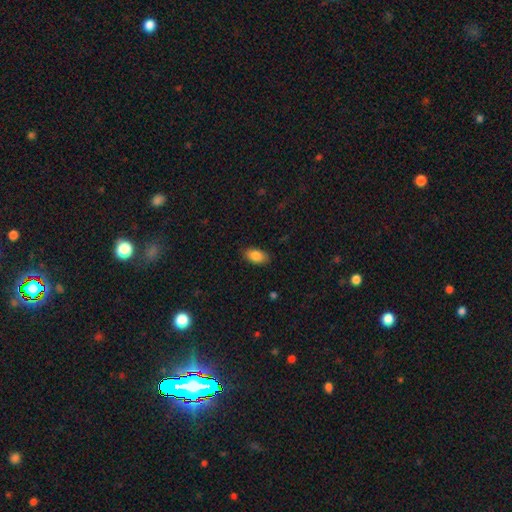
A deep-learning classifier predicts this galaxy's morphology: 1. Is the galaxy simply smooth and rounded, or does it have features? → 85% smooth, 8% featured or disk, 7% star or artifact.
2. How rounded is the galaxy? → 93% in between, 5% round, 2% cigar-shaped.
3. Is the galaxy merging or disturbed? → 87% none, 10% minor disturbance, 2% major disturbance, 1% merger.